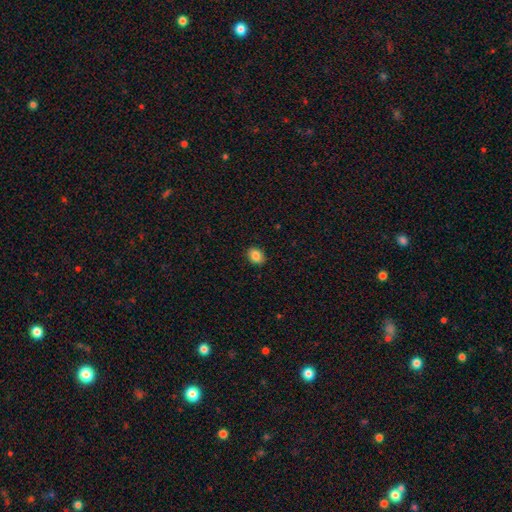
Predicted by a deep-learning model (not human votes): This is clearly a smooth galaxy (86%). How rounded: possibly in between (59%). Merging: clearly none (89%).